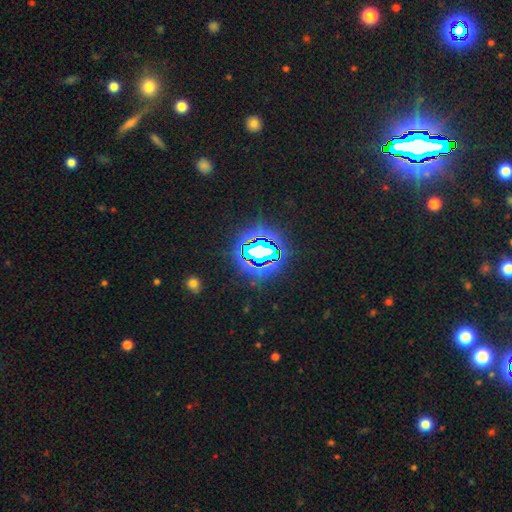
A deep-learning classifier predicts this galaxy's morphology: A star or artifact, not a galaxy (78%).

Vote fractions:
- Smooth or featured? star or artifact: 78% / smooth: 13% / featured or disk: 9%